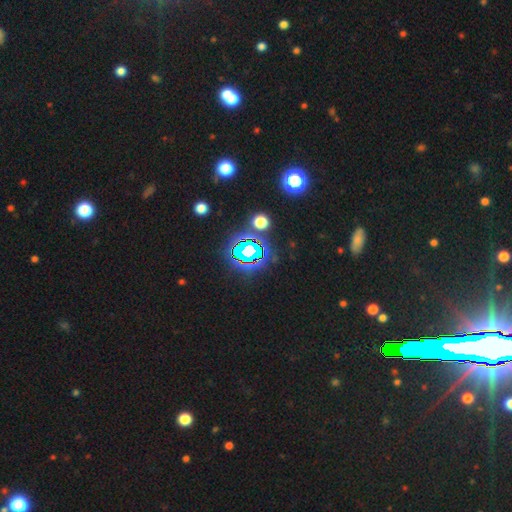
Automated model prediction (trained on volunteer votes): Morphology: type=star or artifact (82%).